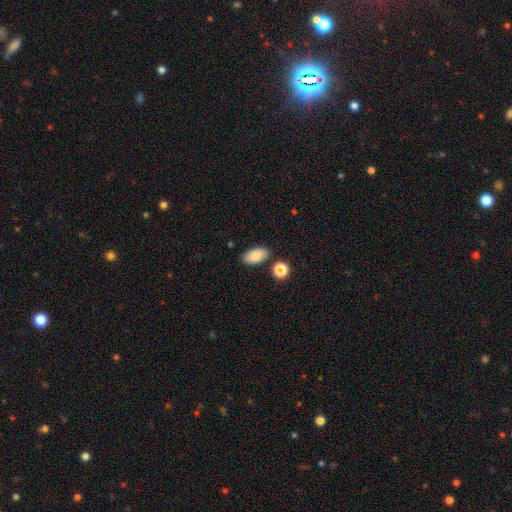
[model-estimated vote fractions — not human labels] A smooth galaxy with no disk features (83%) that is in between round and cigar-shaped (93%). Merging: none (83%).